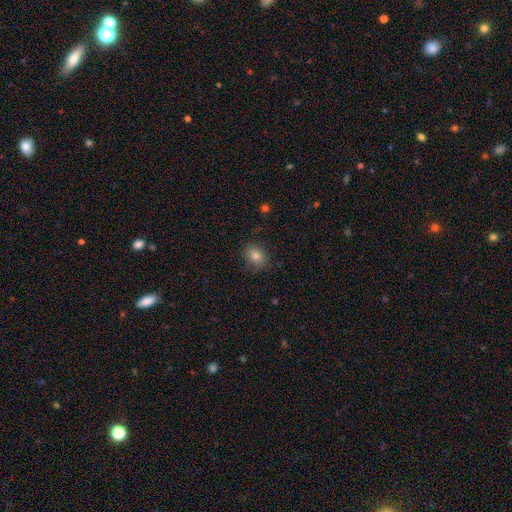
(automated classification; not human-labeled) A smooth galaxy with no disk features (80%) that is in between round and cigar-shaped (52%). Merging: none (80%).